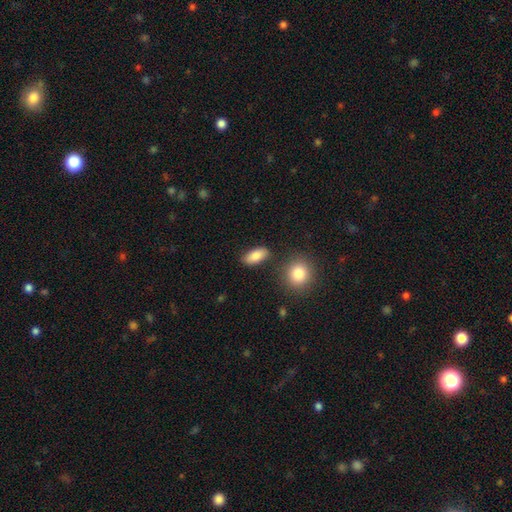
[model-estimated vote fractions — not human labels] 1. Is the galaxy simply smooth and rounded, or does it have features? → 85% smooth, 7% star or artifact, 7% featured or disk.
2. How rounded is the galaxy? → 88% in between, 7% cigar-shaped, 5% round.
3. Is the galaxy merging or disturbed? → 82% none, 10% minor disturbance, 5% merger, 3% major disturbance.